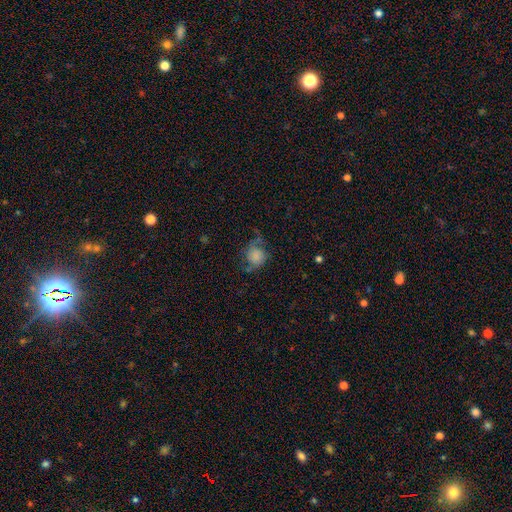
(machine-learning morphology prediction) Q: Smooth or featured?
A: smooth (55%); runner-up: featured or disk (35%)
Q: How rounded?
A: round (75%); runner-up: in between (24%)
Q: Merging?
A: none (55%); runner-up: minor disturbance (25%)